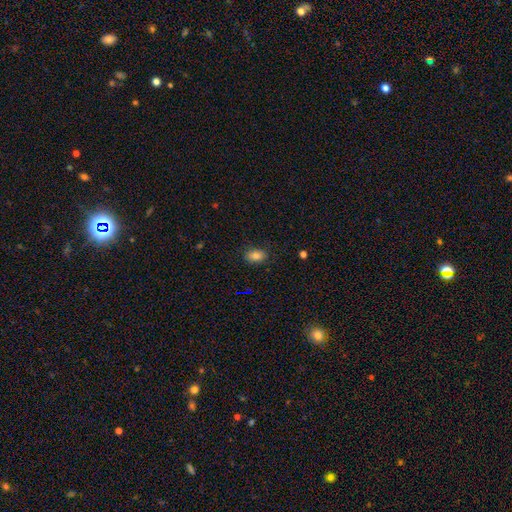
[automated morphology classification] type=smooth (84%); roundness=in between (87%); merging=none (86%).